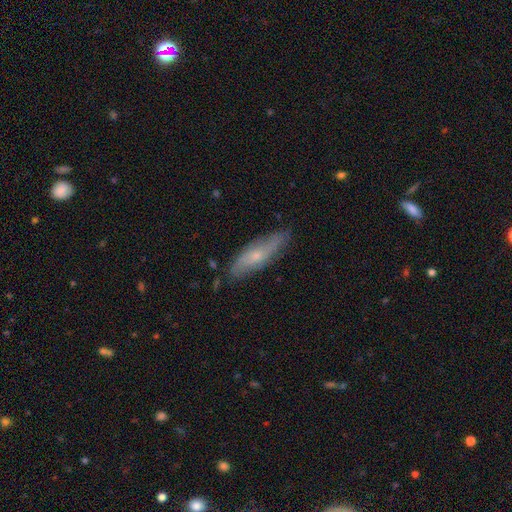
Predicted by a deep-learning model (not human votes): smooth-or-featured: featured or disk: 51% | smooth: 42% | star or artifact: 7%
  disk-edge-on: no: 57% | yes: 43%
  merging: none: 80% | minor disturbance: 16% | major disturbance: 3% | merger: 1%